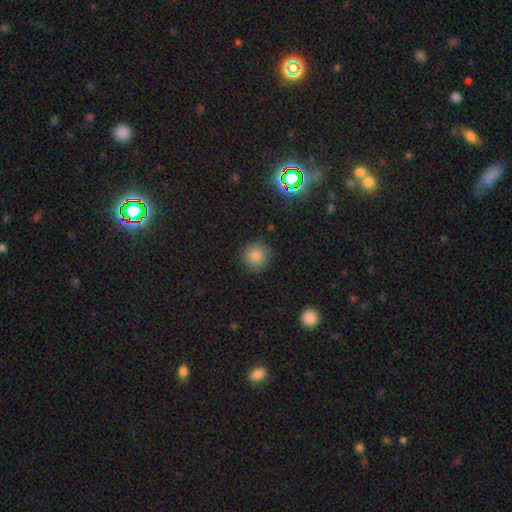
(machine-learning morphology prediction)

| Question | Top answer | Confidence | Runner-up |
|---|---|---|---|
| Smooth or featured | smooth | 82% | star or artifact (12%) |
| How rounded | round | 95% | in between (4%) |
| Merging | none | 88% | minor disturbance (8%) |